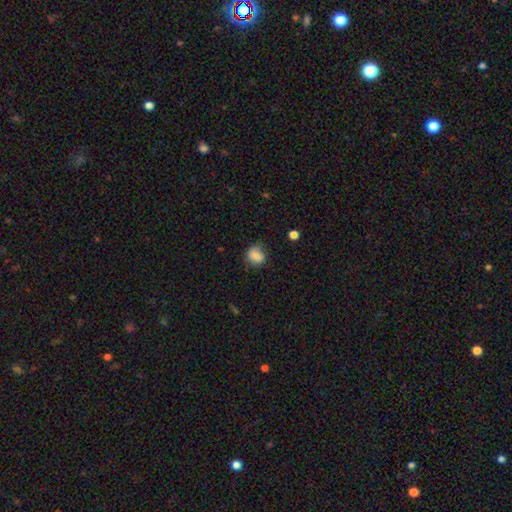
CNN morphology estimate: smooth_or_featured: smooth (p=0.80) [alt: featured or disk p=0.11]
how_rounded: round (p=0.57) [alt: in between p=0.41]
merging: none (p=0.61) [alt: minor disturbance p=0.27]